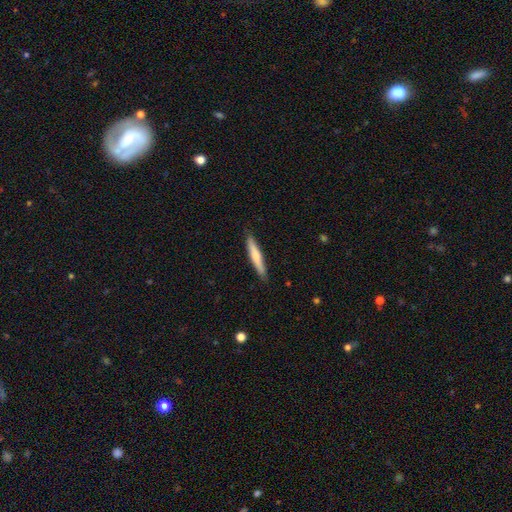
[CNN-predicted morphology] smooth_or_featured: smooth (p=0.69) [alt: featured or disk p=0.26]
how_rounded: cigar-shaped (p=0.93) [alt: in between p=0.06]
merging: none (p=0.88) [alt: minor disturbance p=0.09]